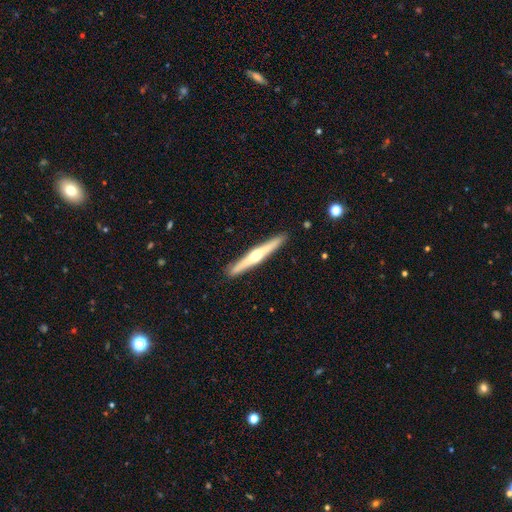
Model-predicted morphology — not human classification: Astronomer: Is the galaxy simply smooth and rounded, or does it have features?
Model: featured or disk — 69%.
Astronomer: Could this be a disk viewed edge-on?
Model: yes — 98%.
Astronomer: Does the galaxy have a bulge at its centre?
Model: rounded — 90%.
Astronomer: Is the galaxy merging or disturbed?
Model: none — 91%.